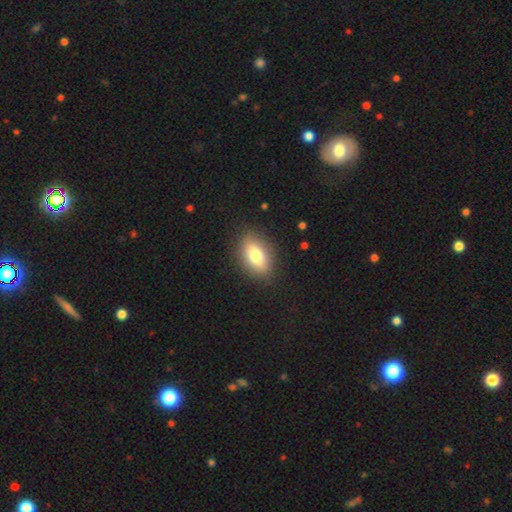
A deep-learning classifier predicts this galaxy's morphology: smooth_or_featured: smooth (p=0.75) [alt: featured or disk p=0.16]
how_rounded: in between (p=0.85) [alt: round p=0.11]
merging: none (p=0.87) [alt: minor disturbance p=0.09]